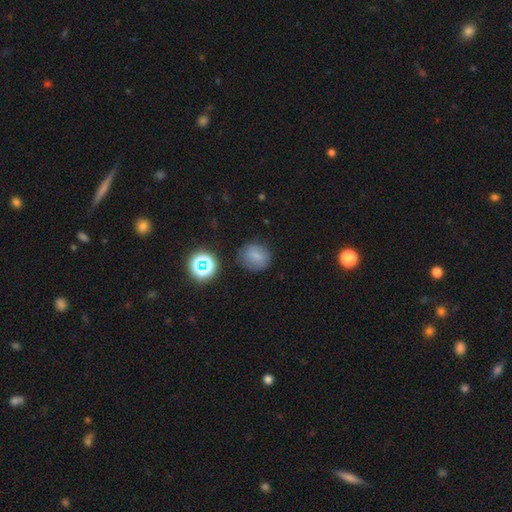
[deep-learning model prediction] This appears to be a smooth galaxy with no disk features (75%) that is round (77%). Merging: none (77%).